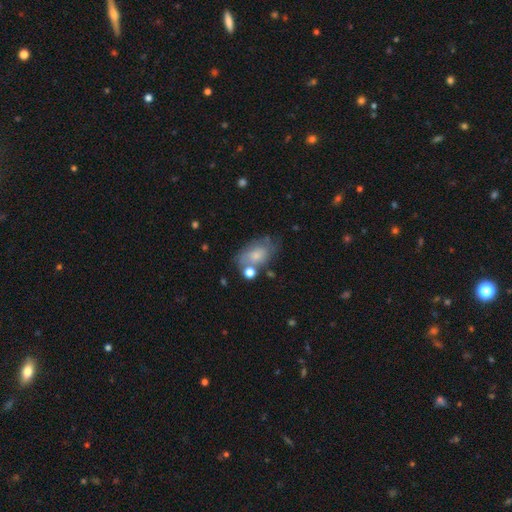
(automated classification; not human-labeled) A smooth galaxy with no disk features (63%) that is in between round and cigar-shaped (86%). Merging: none (47%).